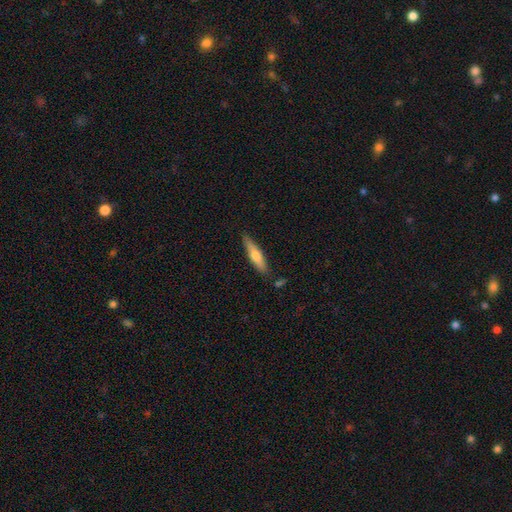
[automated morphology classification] This is likely a smooth galaxy (64%). How rounded: likely cigar-shaped (80%). Merging: clearly none (81%).